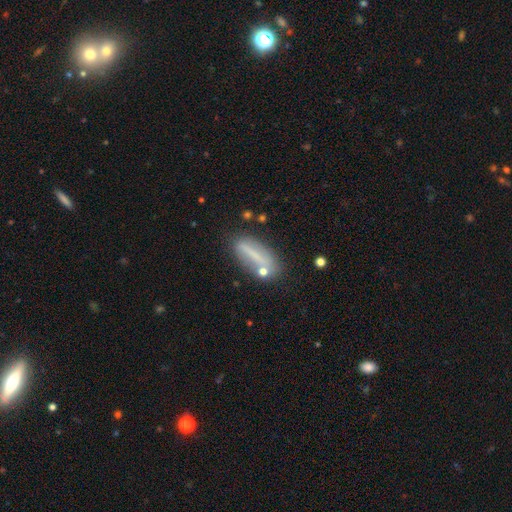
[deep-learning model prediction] A smooth galaxy with no disk features (55%) that is cigar-shaped (58%). Merging: none (64%).